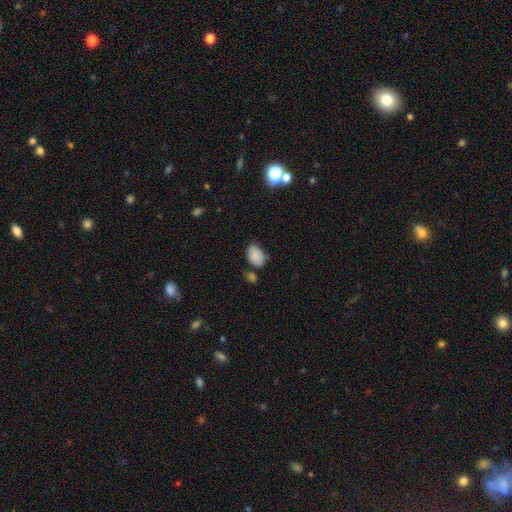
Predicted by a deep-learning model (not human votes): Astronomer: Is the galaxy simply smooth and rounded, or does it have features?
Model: smooth — 86%.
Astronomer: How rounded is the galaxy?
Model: in between — 85%.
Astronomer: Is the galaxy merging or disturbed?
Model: none — 59%.